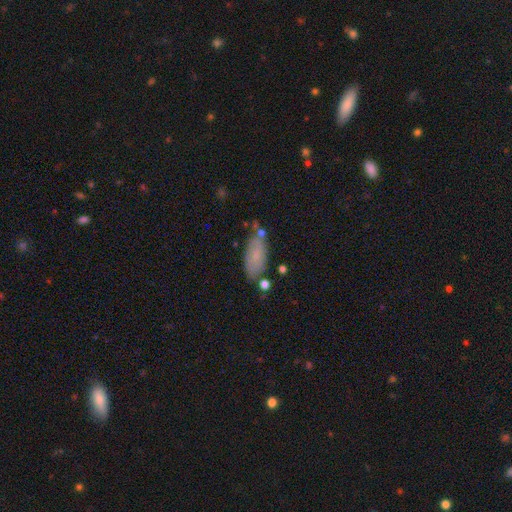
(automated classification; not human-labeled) smooth_or_featured: smooth (p=0.74) [alt: featured or disk p=0.18]
how_rounded: in between (p=0.84) [alt: cigar-shaped p=0.13]
merging: none (p=0.66) [alt: minor disturbance p=0.21]